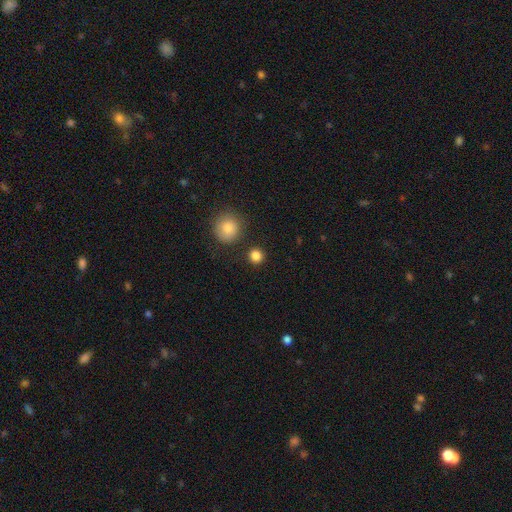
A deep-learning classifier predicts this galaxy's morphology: This is clearly a smooth galaxy (85%). How rounded: clearly round (92%). Merging: clearly none (88%).